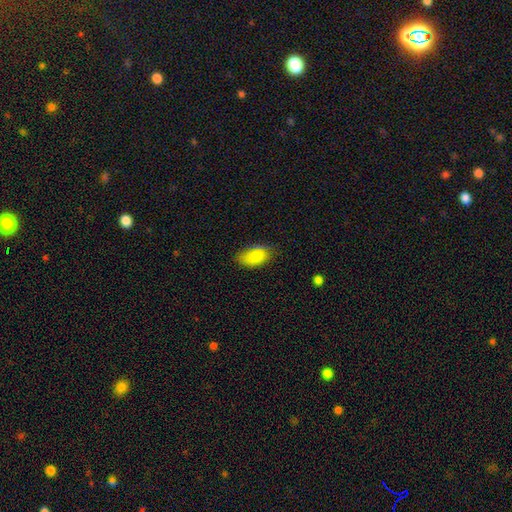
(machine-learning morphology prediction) Smooth or featured: smooth — 85% (featured or disk — 8%)
How rounded: in between — 93% (round — 4%)
Merging: none — 70% (minor disturbance — 23%)